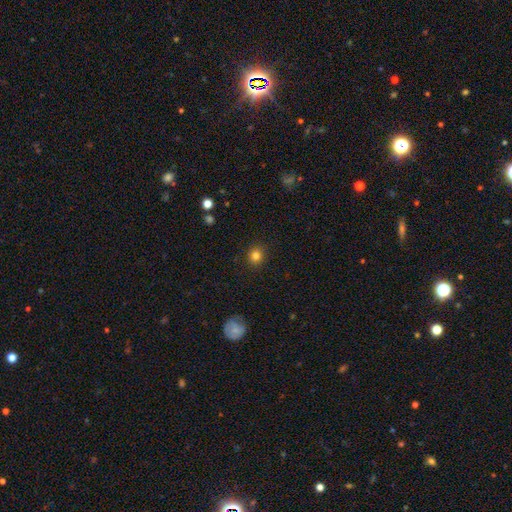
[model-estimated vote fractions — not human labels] The model was most divided on "how rounded": round: 79%, in between: 20%, cigar-shaped: 1%. More confident: merging — none (89%); smooth or featured — smooth (83%).